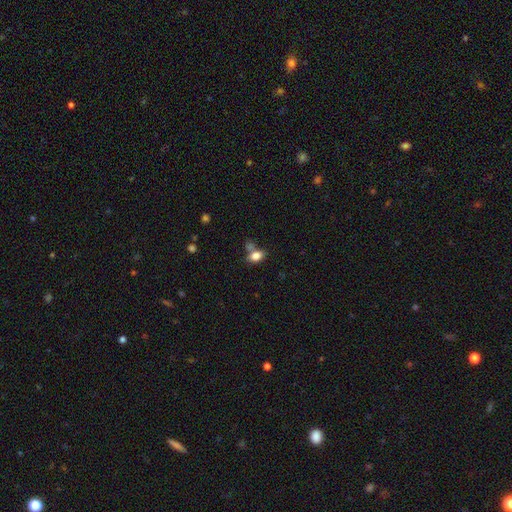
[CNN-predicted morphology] This appears to be a smooth galaxy with no disk features (81%) that is in between round and cigar-shaped (83%). Merging: none (53%).